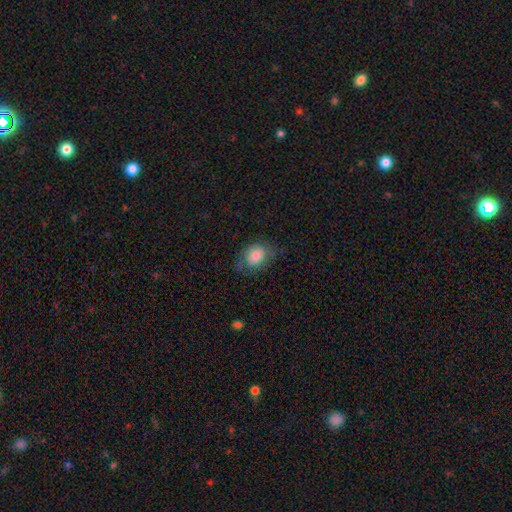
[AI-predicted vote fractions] This is likely a smooth galaxy (78%). How rounded: likely in between (63%). Merging: possibly none (55%).